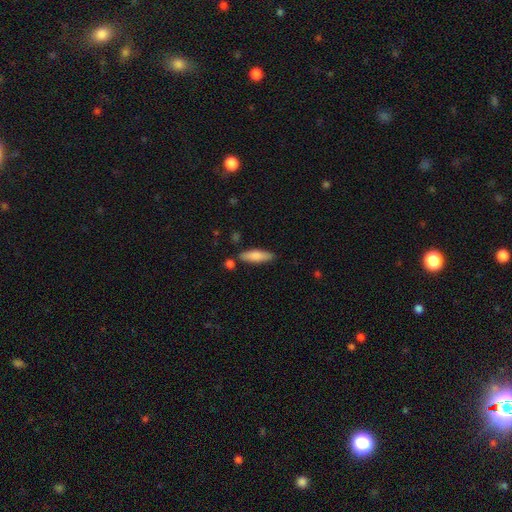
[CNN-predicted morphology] smooth 79%, featured or disk 15%, star or artifact 6%. Down the decision tree: how rounded — cigar-shaped (54%); merging — none (81%).